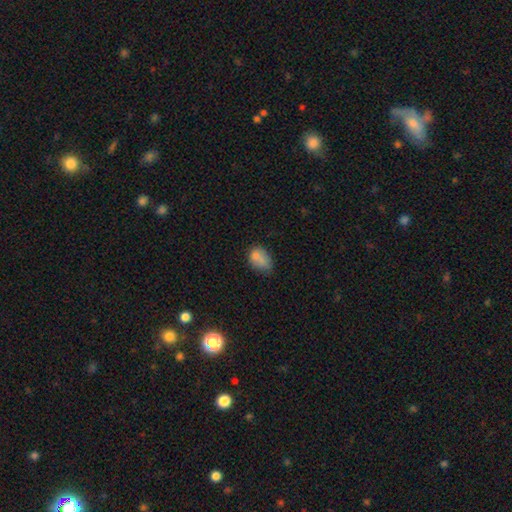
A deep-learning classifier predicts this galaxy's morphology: The model was most divided on "merging": none: 39%, minor disturbance: 28%, merger: 20%, major disturbance: 12%. More confident: how rounded — in between (75%); smooth or featured — smooth (72%).